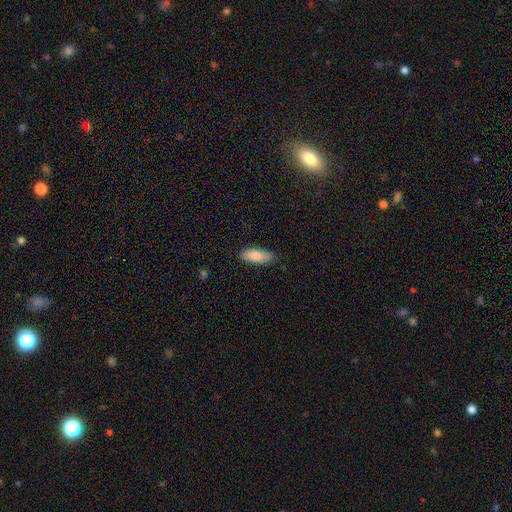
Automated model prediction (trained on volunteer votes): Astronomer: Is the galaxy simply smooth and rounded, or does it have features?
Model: smooth — 84%.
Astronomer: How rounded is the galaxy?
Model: in between — 75%.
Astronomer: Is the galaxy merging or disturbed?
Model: none — 80%.